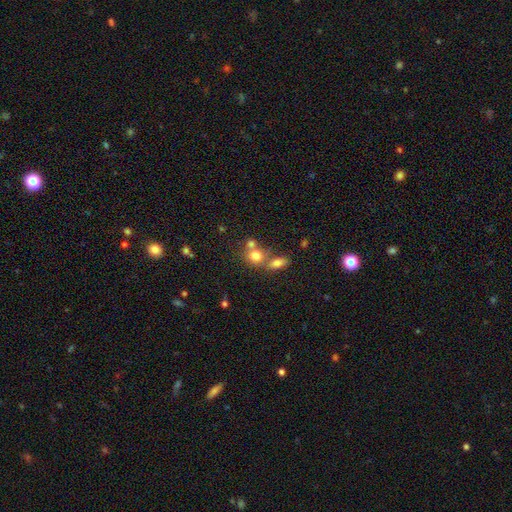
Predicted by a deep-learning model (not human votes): Q: Smooth or featured?
A: smooth (76%); runner-up: star or artifact (12%)
Q: How rounded?
A: round (71%); runner-up: in between (27%)
Q: Merging?
A: merger (45%); runner-up: none (41%)